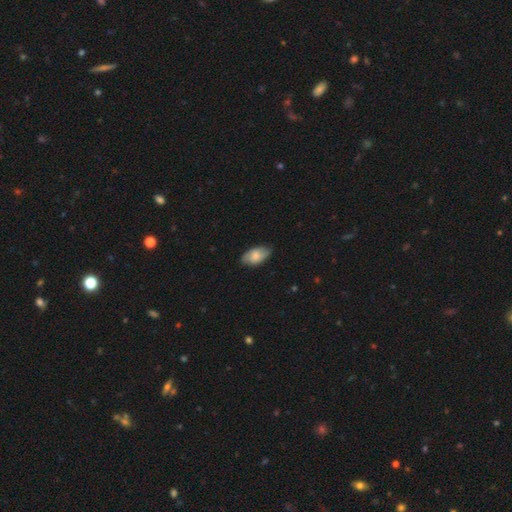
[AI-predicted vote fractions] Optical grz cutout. It shows a smooth galaxy with no disk features (71%) that is in between round and cigar-shaped (94%). Merging: none (79%).